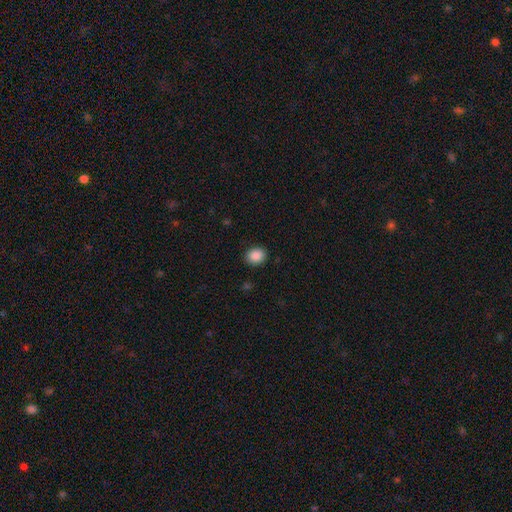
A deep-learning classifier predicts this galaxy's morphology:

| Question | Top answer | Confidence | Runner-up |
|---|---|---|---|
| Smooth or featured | smooth | 89% | star or artifact (8%) |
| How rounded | round | 54% | in between (45%) |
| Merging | none | 89% | minor disturbance (8%) |